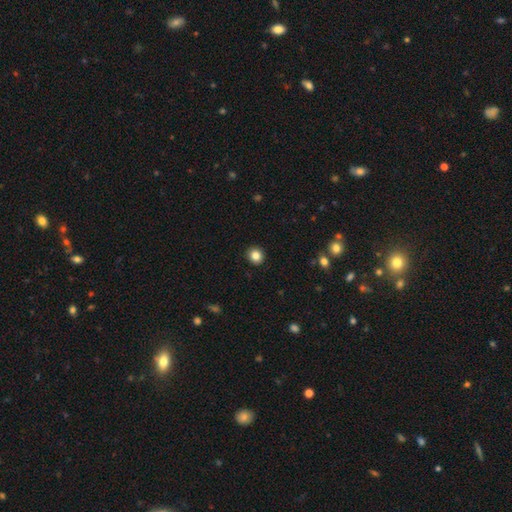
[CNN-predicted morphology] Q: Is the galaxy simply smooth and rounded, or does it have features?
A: smooth — 84%.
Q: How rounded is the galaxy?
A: round — 89%.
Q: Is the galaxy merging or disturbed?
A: none — 92%.